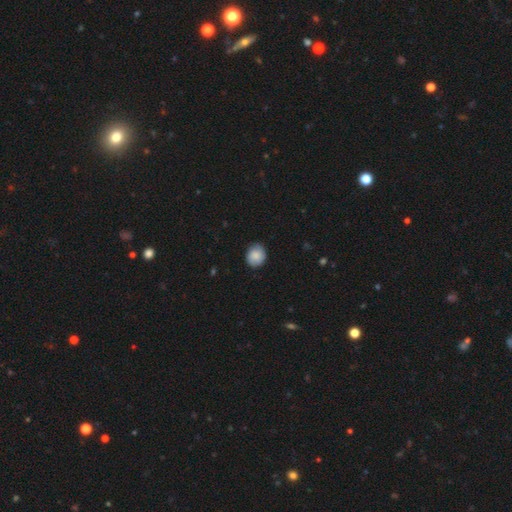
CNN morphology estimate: The model was most divided on "how rounded": round: 68%, in between: 31%, cigar-shaped: 1%. More confident: smooth or featured — smooth (81%); merging — none (81%).